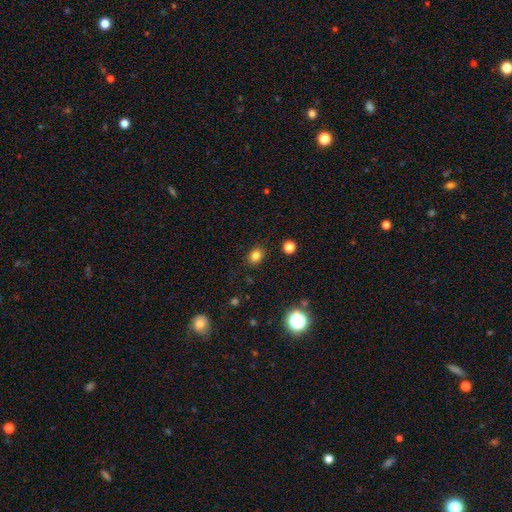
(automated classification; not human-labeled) Q: Smooth or featured?
A: smooth (81%); runner-up: star or artifact (14%)
Q: How rounded?
A: round (55%); runner-up: in between (44%)
Q: Merging?
A: none (86%); runner-up: minor disturbance (9%)